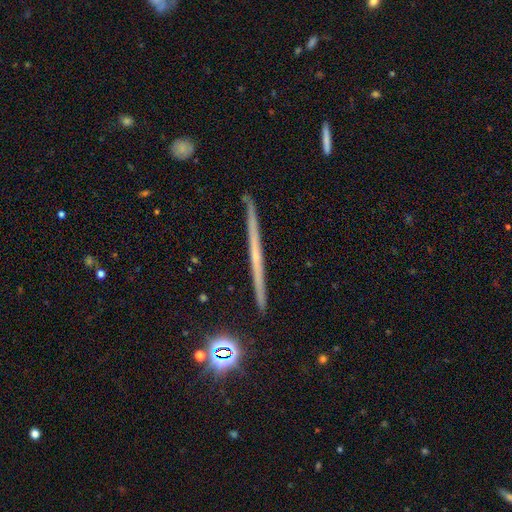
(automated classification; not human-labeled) Morphology: type=featured or disk (65%); edge-on=yes (98%); edge-on bulge=none (79%); merging=none (91%).